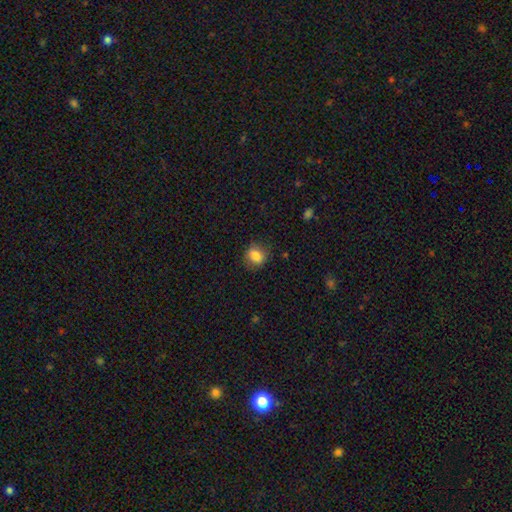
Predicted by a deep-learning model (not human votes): This is clearly a smooth galaxy (83%). How rounded: likely round (64%). Merging: clearly none (80%).